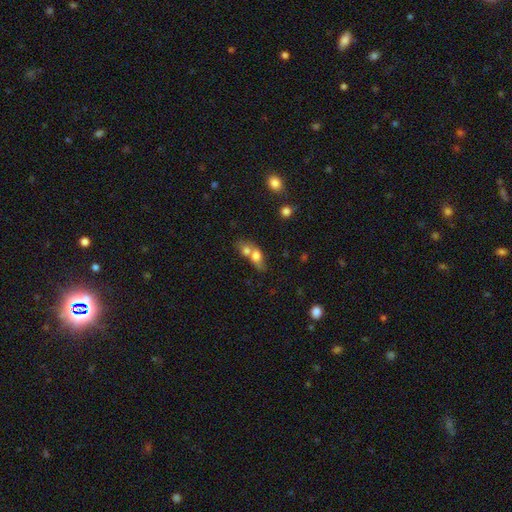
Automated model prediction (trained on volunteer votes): Q: Smooth or featured?
A: smooth (70%); runner-up: featured or disk (20%)
Q: How rounded?
A: in between (61%); runner-up: round (34%)
Q: Merging?
A: merger (70%); runner-up: none (18%)